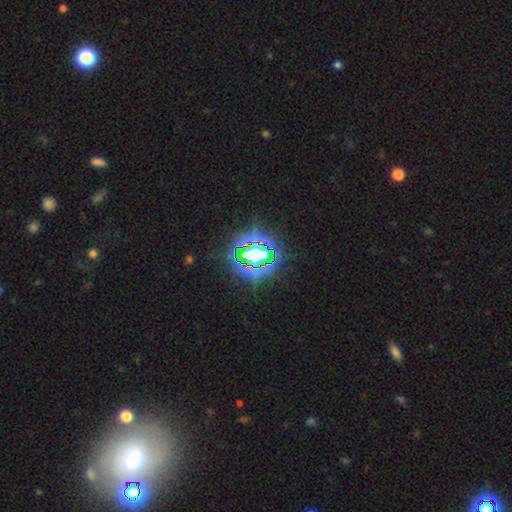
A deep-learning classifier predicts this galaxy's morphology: type=star or artifact (73%).